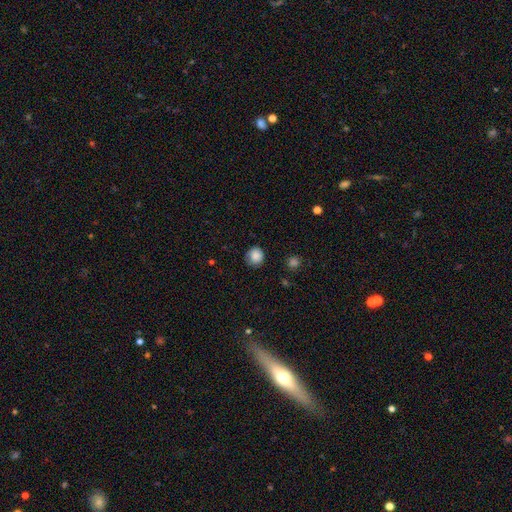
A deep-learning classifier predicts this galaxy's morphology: The model was most divided on "merging": none: 81%, minor disturbance: 15%, major disturbance: 3%, merger: 1%. More confident: how rounded — round (89%); smooth or featured — smooth (86%).